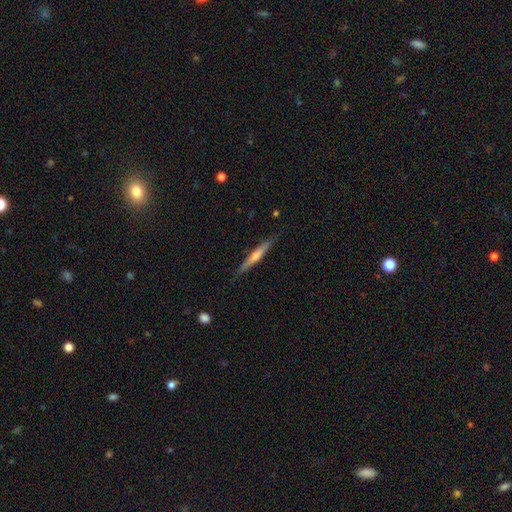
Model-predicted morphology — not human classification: A featured or disk galaxy (63%) viewed edge-on (96%) with a rounded central bulge (73%).

Vote fractions:
- Smooth or featured? featured or disk: 63% / smooth: 32% / star or artifact: 6%
- Edge-on disk? yes: 96% / no: 4%
- Edge-on bulge? rounded: 73% / none: 20% / boxy: 7%
- Merging? none: 86% / minor disturbance: 11% / major disturbance: 2% / merger: 1%